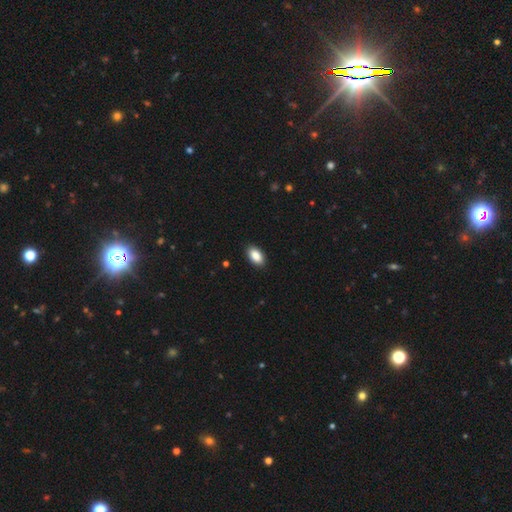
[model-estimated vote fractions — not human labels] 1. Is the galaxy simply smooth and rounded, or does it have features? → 89% smooth, 7% star or artifact, 4% featured or disk.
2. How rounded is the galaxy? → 94% in between, 4% round, 2% cigar-shaped.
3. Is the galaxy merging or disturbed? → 90% none, 8% minor disturbance, 2% major disturbance, 1% merger.